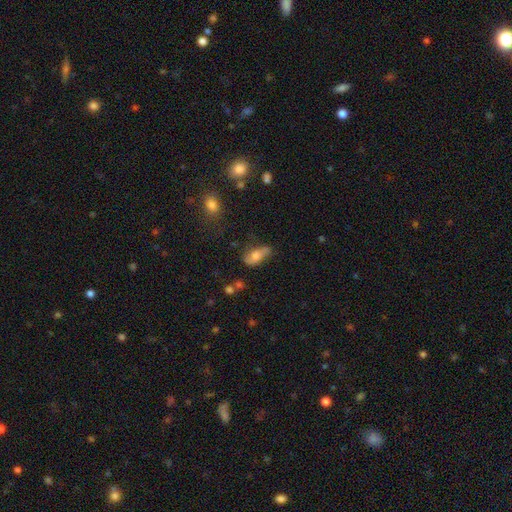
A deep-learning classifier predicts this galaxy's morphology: Smooth or featured? smooth (61%)
How rounded? in between (82%)
Merging? none (48%)